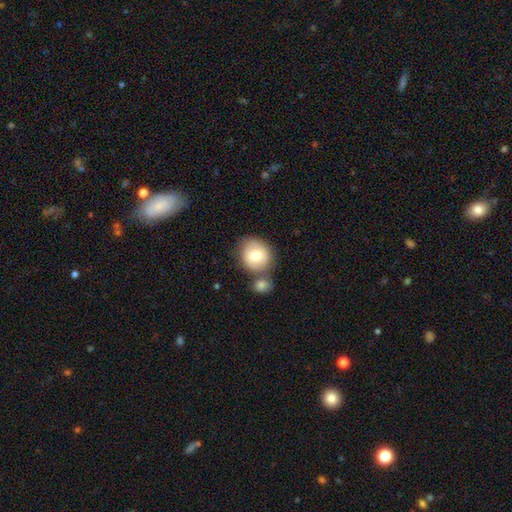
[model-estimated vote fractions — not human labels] Smooth or featured? Predicted: smooth (p=0.76). How rounded? Predicted: round (p=0.79). Merging? Predicted: none (p=0.54).